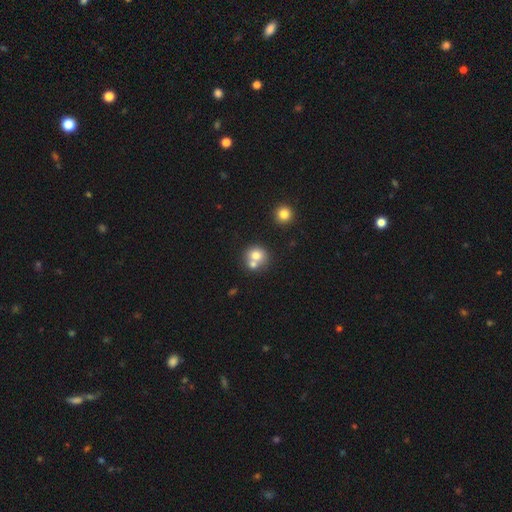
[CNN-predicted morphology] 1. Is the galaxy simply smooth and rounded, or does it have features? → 72% smooth, 17% featured or disk, 11% star or artifact.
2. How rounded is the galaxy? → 82% round, 17% in between, 1% cigar-shaped.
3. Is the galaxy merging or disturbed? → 45% none (tied), 45% merger (tied), 8% minor disturbance, 3% major disturbance.